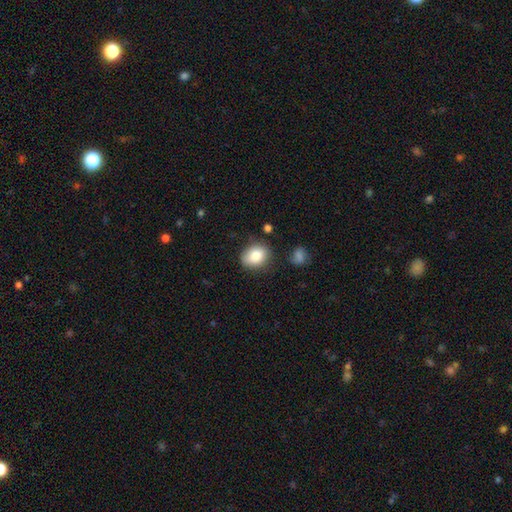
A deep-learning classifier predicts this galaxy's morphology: Smooth or featured: smooth — 84% (star or artifact — 8%)
How rounded: in between — 60% (round — 39%)
Merging: none — 76% (minor disturbance — 17%)